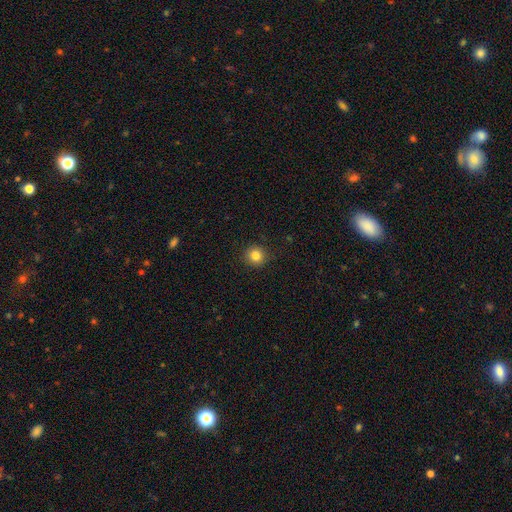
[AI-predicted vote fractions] A smooth galaxy with no disk features (83%) that is round (93%). Merging: none (91%).